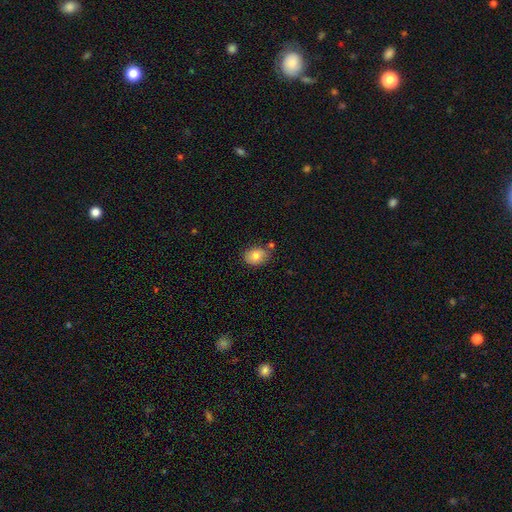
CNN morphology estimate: Overall: smooth (80%). How rounded: in between (63%; round 36%). Merging: none (74%).